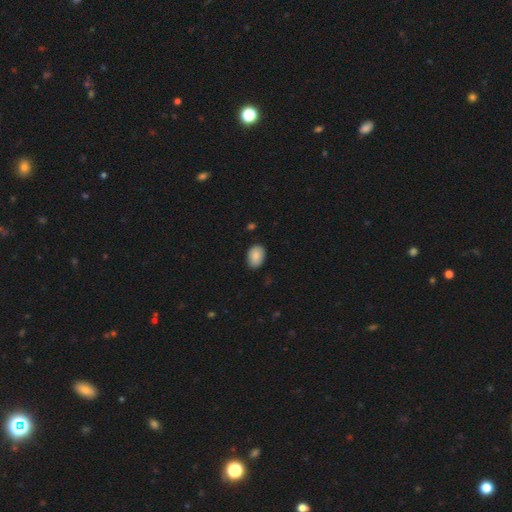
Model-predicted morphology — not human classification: This appears to be a smooth galaxy with no disk features (89%) that is in between round and cigar-shaped (83%). Merging: none (86%).